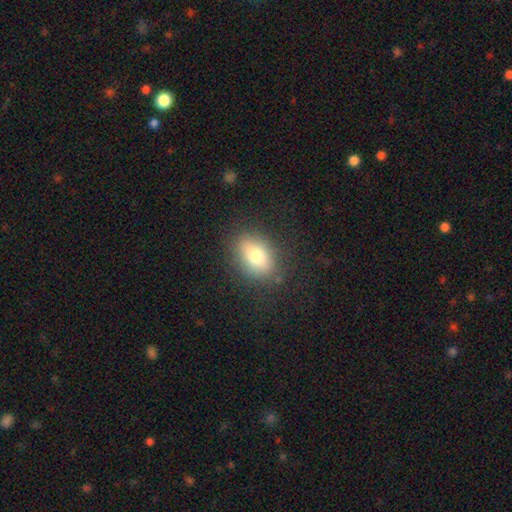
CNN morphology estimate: type=smooth (74%); roundness=in between (67%); merging=none (81%).